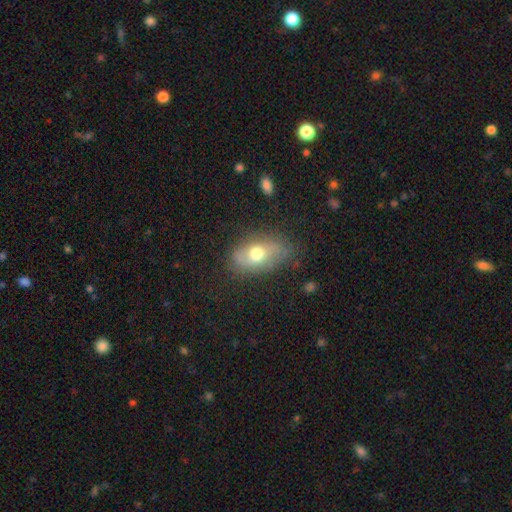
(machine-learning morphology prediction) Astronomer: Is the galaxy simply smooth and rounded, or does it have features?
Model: smooth — 56% (runner-up: featured or disk, 36%).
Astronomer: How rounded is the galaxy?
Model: in between — 88%.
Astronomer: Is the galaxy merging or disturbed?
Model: none — 68%.